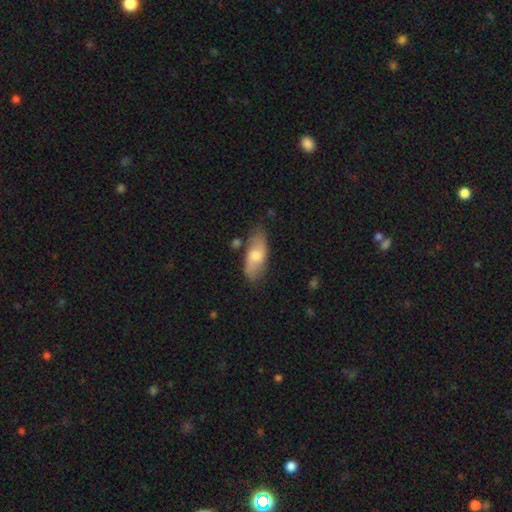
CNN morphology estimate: type=smooth (61%); roundness=in between (80%); merging=none (73%).